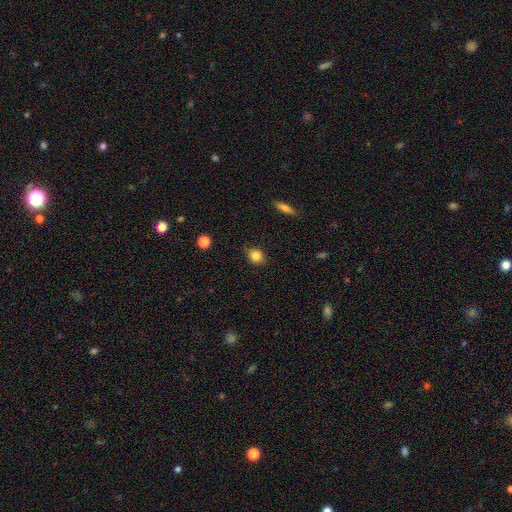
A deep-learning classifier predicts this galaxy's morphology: type=smooth (83%); roundness=round (69%); merging=none (83%).